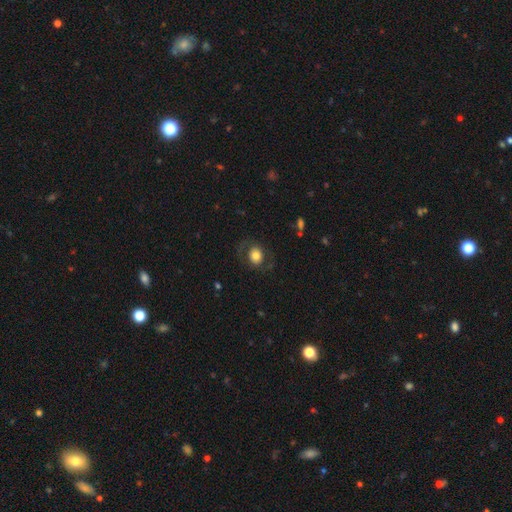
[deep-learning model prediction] This appears to be a smooth galaxy with no disk features (66%) that is round (61%). Merging: none (71%).